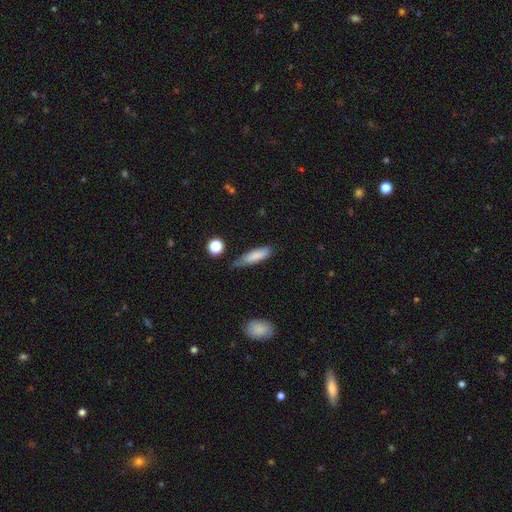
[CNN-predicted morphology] smooth-or-featured: smooth: 80% | featured or disk: 13% | star or artifact: 7%
  how-rounded: cigar-shaped: 60% | in between: 38% | round: 2%
  merging: none: 53% | minor disturbance: 36% | major disturbance: 8% | merger: 3%